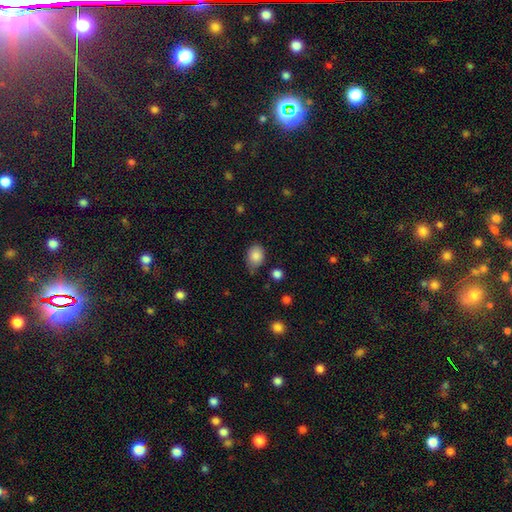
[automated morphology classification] smooth_or_featured: smooth (p=0.86) [alt: star or artifact p=0.08]
how_rounded: in between (p=0.66) [alt: round p=0.33]
merging: none (p=0.64) [alt: minor disturbance p=0.27]